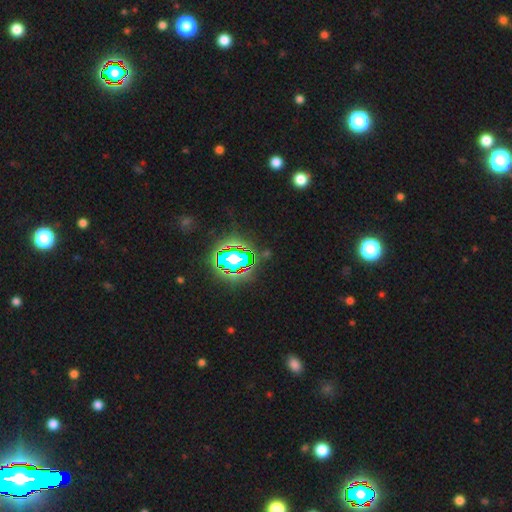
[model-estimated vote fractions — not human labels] Morphology: type=star or artifact (80%).